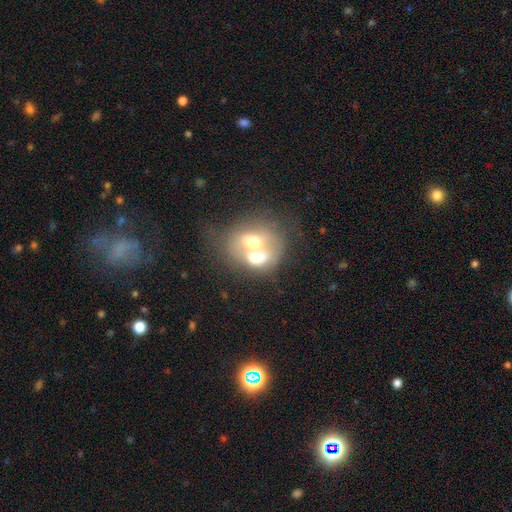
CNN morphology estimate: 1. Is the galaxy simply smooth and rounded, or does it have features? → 48% smooth, 42% featured or disk, 10% star or artifact.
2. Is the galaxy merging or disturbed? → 69% merger, 18% none, 8% minor disturbance, 6% major disturbance.